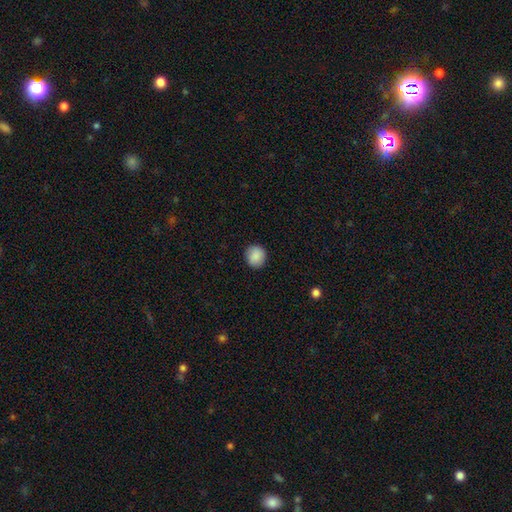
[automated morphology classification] Smooth or featured? smooth (89%)
How rounded? round (88%)
Merging? none (90%)